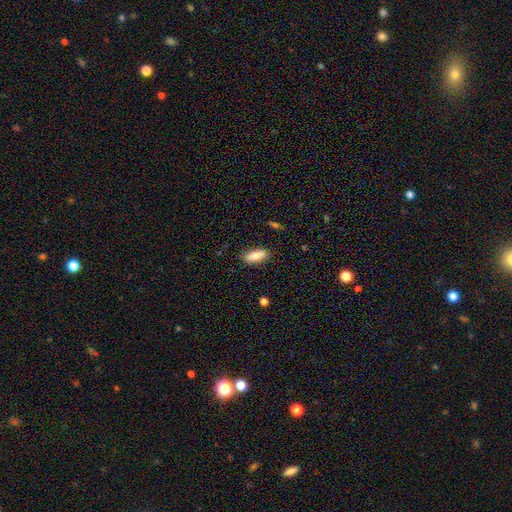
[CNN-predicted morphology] type=smooth (77%); roundness=in between (76%); merging=none (84%).